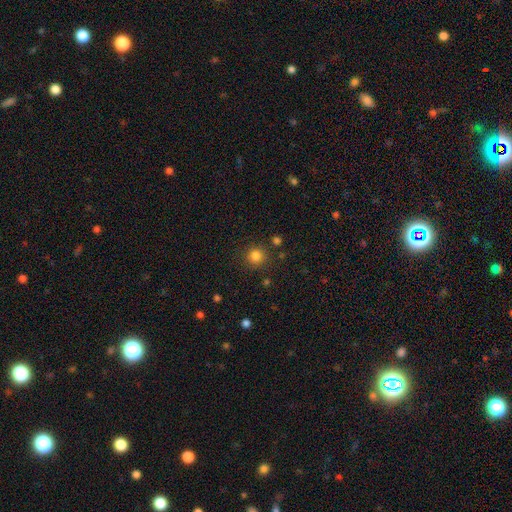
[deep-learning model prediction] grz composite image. It shows a smooth galaxy with no disk features (82%) that is round (93%). Merging: none (87%).